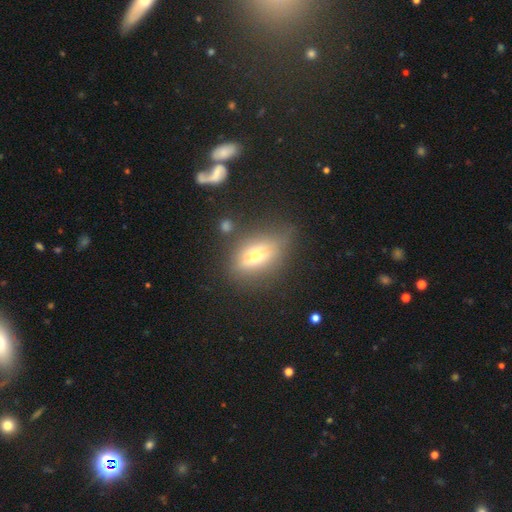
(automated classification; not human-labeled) A smooth galaxy with no disk features (48%).

Vote fractions:
- Smooth or featured? smooth: 48% / featured or disk: 41% / star or artifact: 12%
- Merging? none: 67% / minor disturbance: 20% / major disturbance: 9% / merger: 4%